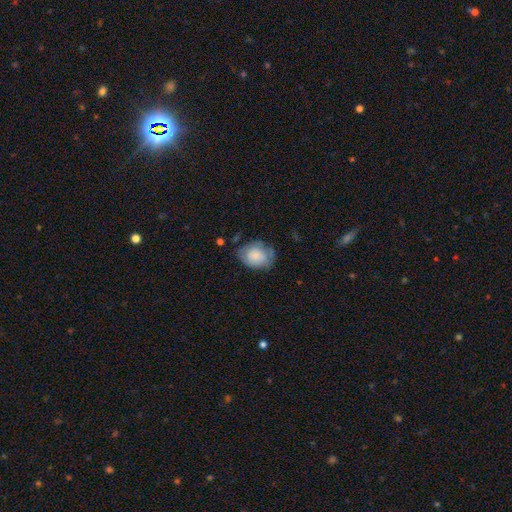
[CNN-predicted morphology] Smooth or featured? smooth (74%)
How rounded? in between (61%)
Merging? none (58%)